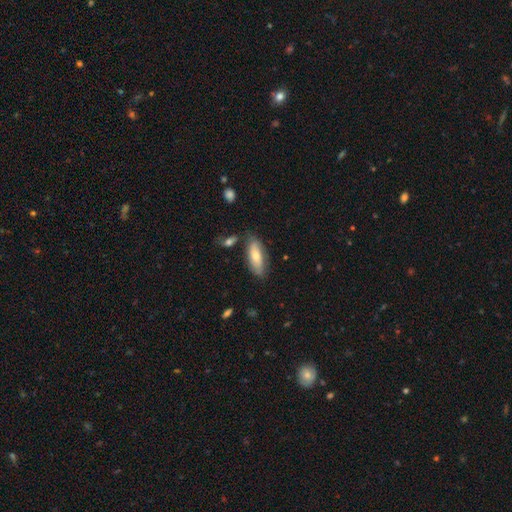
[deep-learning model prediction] Smooth or featured? Predicted: smooth (p=0.67). How rounded? Predicted: in between (p=0.73). Merging? Predicted: none (p=0.73).